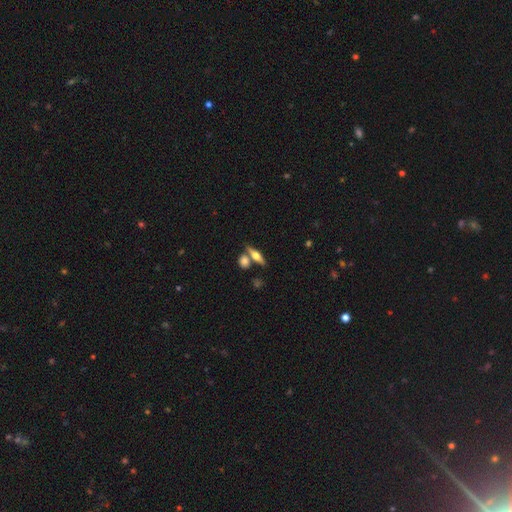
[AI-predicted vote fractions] The model was most divided on "smooth or featured": featured or disk: 58%, smooth: 34%, star or artifact: 8%. More confident: edge-on disk — yes (94%); edge-on bulge — rounded (93%); merging — none (69%).